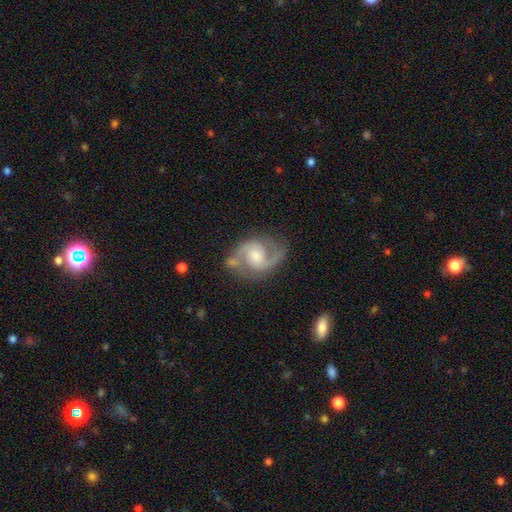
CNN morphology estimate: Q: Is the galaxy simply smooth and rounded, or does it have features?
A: featured or disk — 88%.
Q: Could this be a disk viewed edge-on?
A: no — 98%.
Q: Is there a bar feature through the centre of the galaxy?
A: no — 52%.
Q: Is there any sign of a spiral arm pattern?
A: yes — 97%.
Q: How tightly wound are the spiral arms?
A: medium — 58%.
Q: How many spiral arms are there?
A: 2 — 91%.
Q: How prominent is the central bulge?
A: moderate — 50%.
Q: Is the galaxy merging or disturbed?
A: none — 69%.